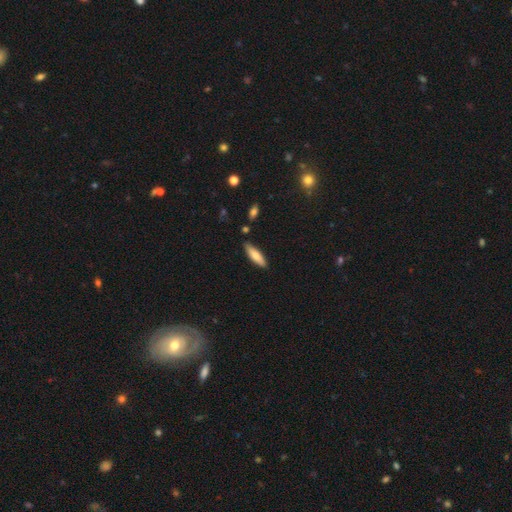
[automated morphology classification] A smooth galaxy with no disk features (76%) that is cigar-shaped (61%). Merging: none (83%).